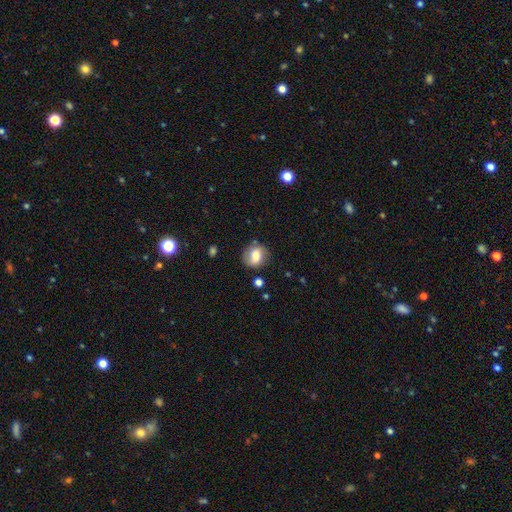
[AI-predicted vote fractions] smooth 72%, featured or disk 19%, star or artifact 9%. Down the decision tree: how rounded — round (62%); merging — none (72%).